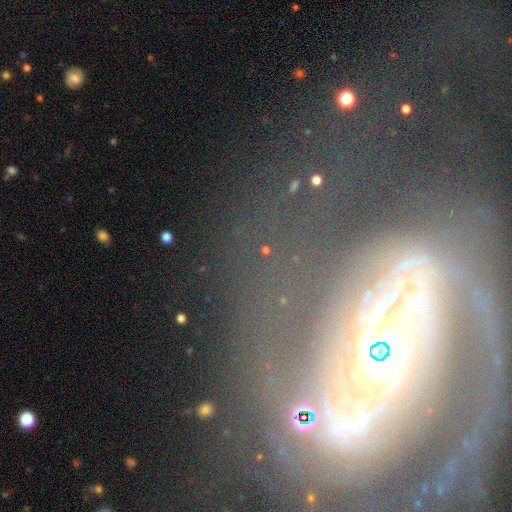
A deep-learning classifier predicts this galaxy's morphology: Smooth or featured? featured or disk (80%)
Edge-on disk? no (93%)
Bar? no (42%)
Spiral arms? yes (84%)
Spiral winding? tight (52%)
Spiral arm count? 2 (47%)
Bulge size? moderate (47%)
Merging? none (62%)